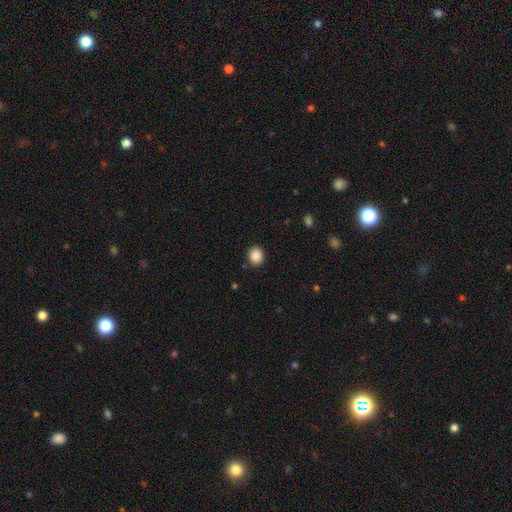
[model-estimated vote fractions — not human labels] This appears to be a smooth galaxy with no disk features (88%) that is round (76%). Merging: none (90%).